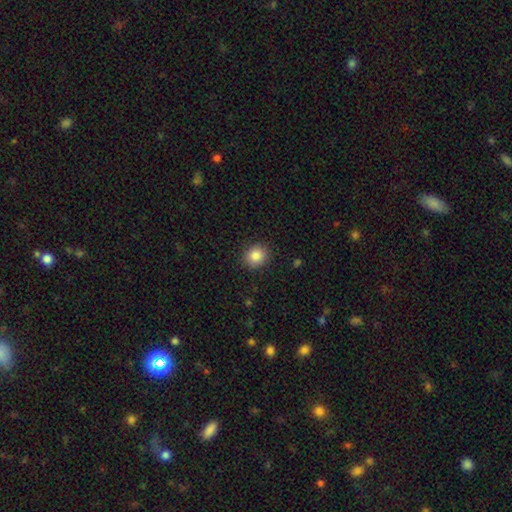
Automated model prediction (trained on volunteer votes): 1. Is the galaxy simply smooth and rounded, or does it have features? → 85% smooth, 10% star or artifact, 6% featured or disk.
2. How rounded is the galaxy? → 84% round, 16% in between, 1% cigar-shaped.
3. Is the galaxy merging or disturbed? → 90% none, 7% minor disturbance, 2% major disturbance, 1% merger.